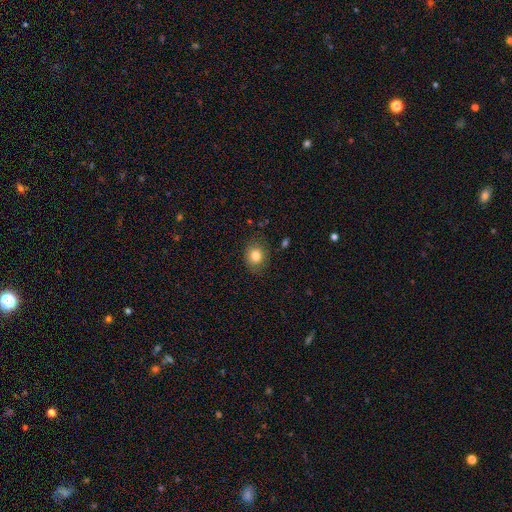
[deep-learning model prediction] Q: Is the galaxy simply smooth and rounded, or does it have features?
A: smooth — 81%.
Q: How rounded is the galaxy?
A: round — 64%.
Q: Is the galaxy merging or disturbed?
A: none — 82%.